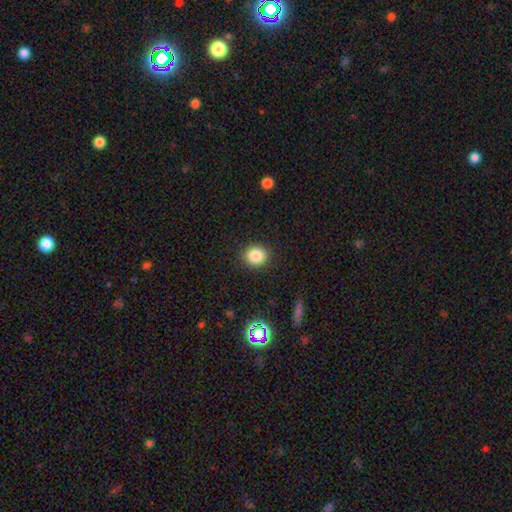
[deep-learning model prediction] Overall: smooth (85%). How rounded: round (81%). Merging: none (90%).